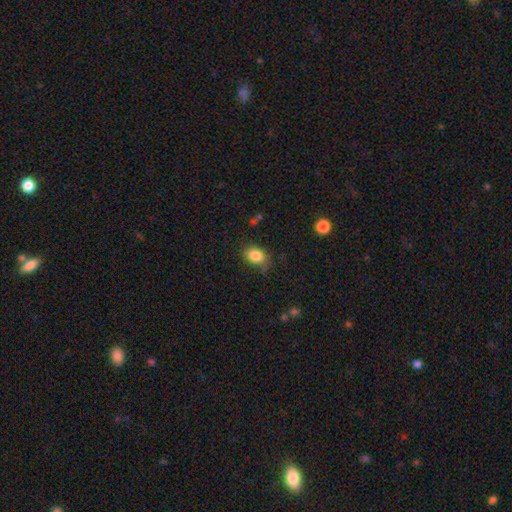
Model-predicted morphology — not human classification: Smooth or featured?
  - smooth: 84% *
  - star or artifact: 9%
  - featured or disk: 7%
How rounded?
  - in between: 67% *
  - round: 32%
  - cigar-shaped: 1%
Merging?
  - none: 66% *
  - minor disturbance: 25%
  - major disturbance: 7%
  - merger: 2%